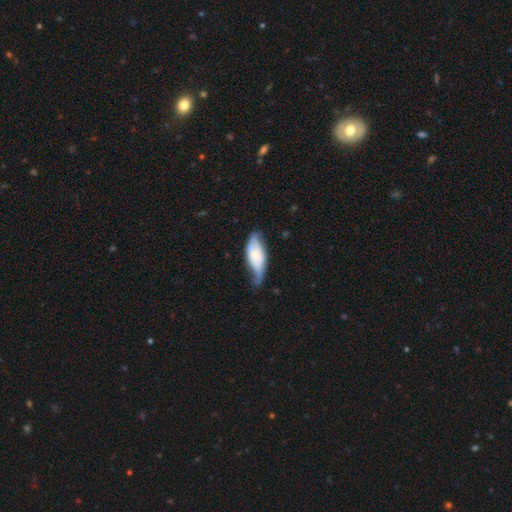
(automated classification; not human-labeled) Morphology: type=smooth (54%); roundness=in between (80%); merging=minor disturbance (46%).